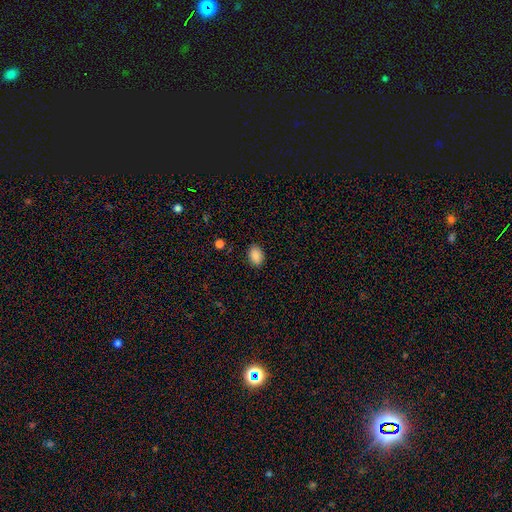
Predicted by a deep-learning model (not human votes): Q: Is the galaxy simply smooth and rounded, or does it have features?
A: smooth — 88%.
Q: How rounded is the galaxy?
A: in between — 84%.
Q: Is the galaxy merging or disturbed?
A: none — 88%.